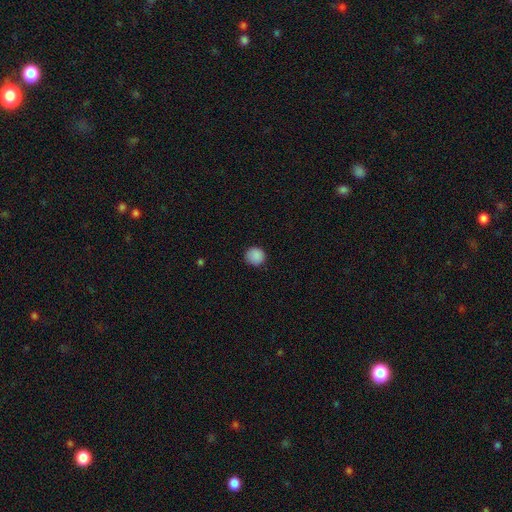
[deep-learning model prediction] This is clearly a smooth galaxy (88%). How rounded: clearly round (92%). Merging: clearly none (88%).